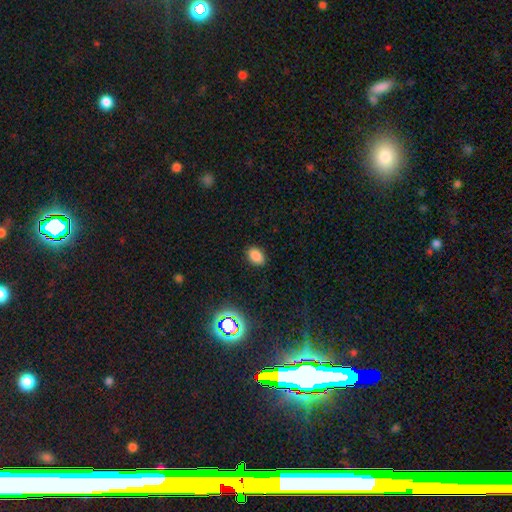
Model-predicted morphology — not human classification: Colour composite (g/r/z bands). It shows a smooth galaxy with no disk features (83%) that is in between round and cigar-shaped (83%). Merging: none (87%).